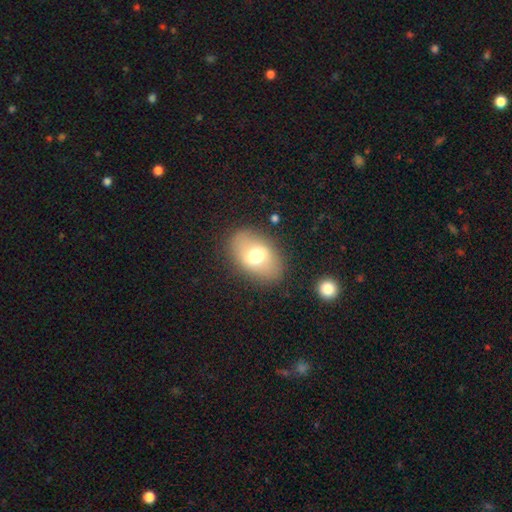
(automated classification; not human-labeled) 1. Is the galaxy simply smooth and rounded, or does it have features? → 55% smooth, 36% featured or disk, 10% star or artifact.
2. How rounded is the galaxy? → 81% in between, 17% round, 2% cigar-shaped.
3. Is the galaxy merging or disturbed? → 81% none, 12% minor disturbance, 6% major disturbance, 2% merger.